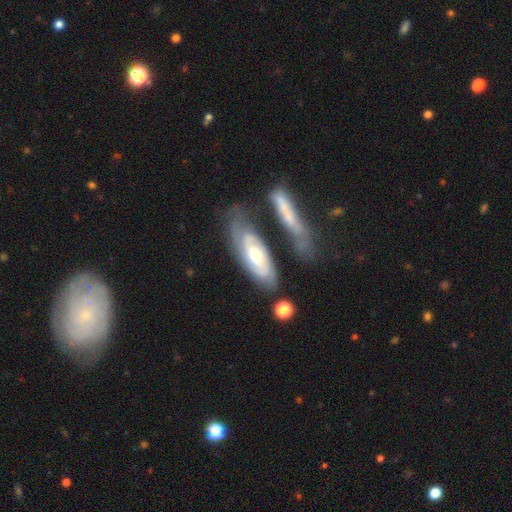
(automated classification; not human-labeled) Morphology: type=featured or disk (70%); edge-on=no (86%); bar=no (60%); spiral arms=yes (90%); winding=tight (58%); arm count=2 (45%); bulge=moderate (50%); merging=none (54%).